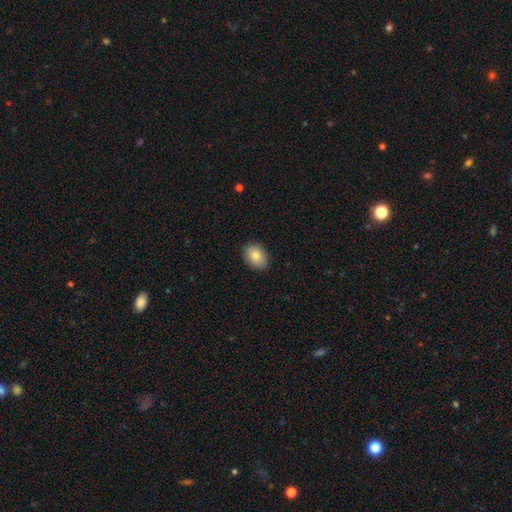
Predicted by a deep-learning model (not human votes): smooth_or_featured: smooth (p=0.83) [alt: featured or disk p=0.09]
how_rounded: in between (p=0.74) [alt: round p=0.25]
merging: none (p=0.89) [alt: minor disturbance p=0.09]